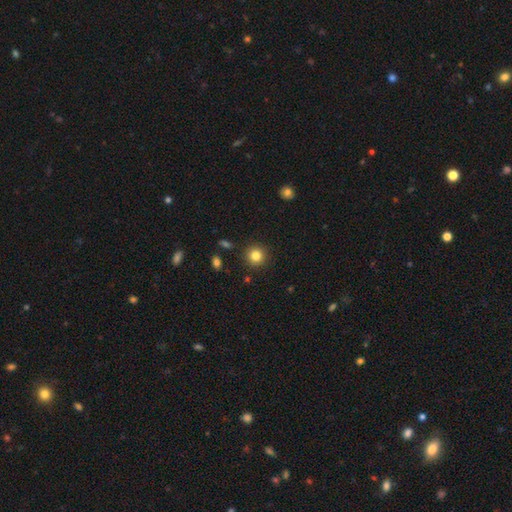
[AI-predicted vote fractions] Morphology: type=smooth (83%); roundness=round (93%); merging=none (90%).